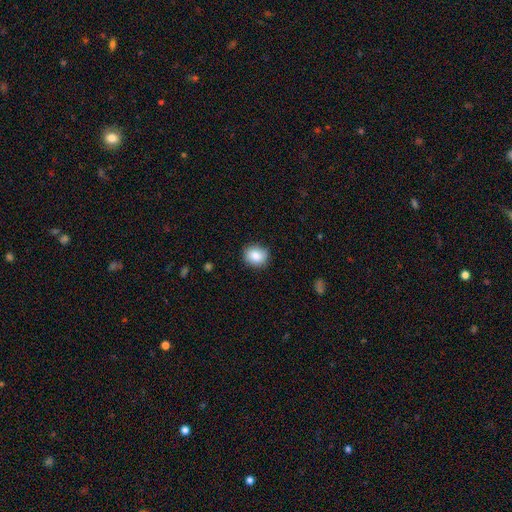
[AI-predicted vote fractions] Morphology: type=smooth (85%); roundness=round (73%); merging=none (84%).